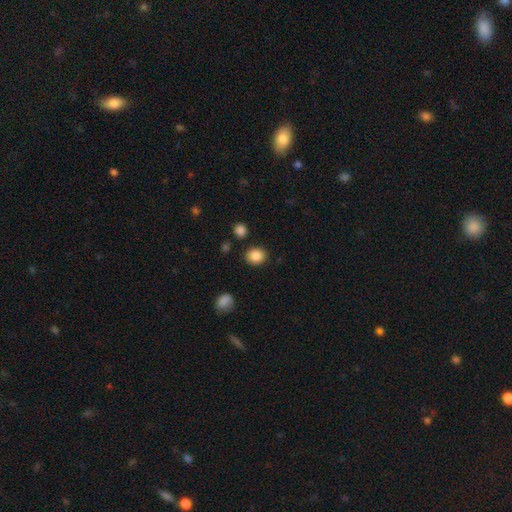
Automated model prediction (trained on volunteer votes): smooth-or-featured: smooth: 87% | star or artifact: 9% | featured or disk: 4%
  how-rounded: round: 71% | in between: 28% | cigar-shaped: 1%
  merging: none: 87% | minor disturbance: 8% | merger: 3% | major disturbance: 2%